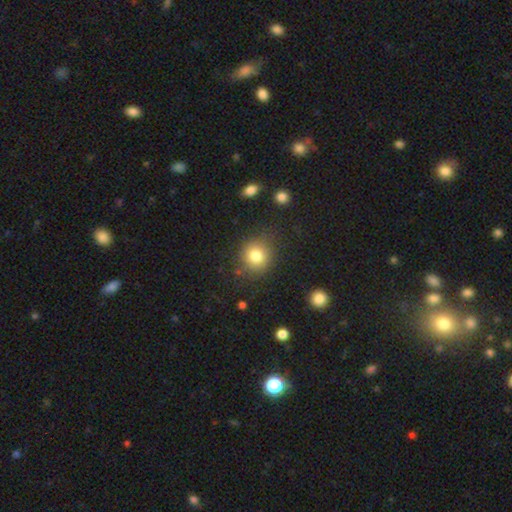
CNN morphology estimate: This is clearly a smooth galaxy (81%). How rounded: clearly round (86%). Merging: clearly none (82%).